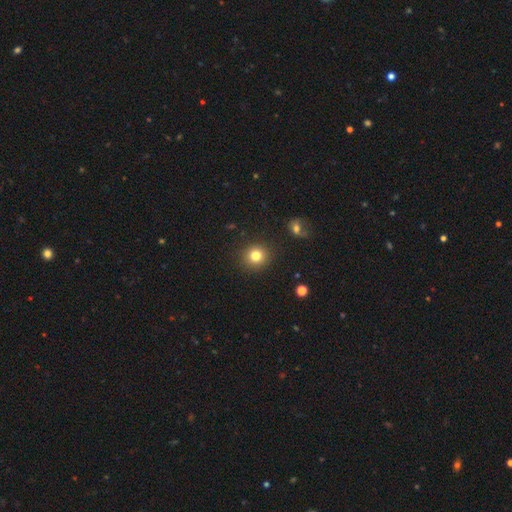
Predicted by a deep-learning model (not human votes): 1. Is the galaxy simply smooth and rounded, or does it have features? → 80% smooth, 13% star or artifact, 7% featured or disk.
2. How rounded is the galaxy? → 89% round, 11% in between, 1% cigar-shaped.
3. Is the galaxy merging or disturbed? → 89% none, 7% minor disturbance, 2% major disturbance, 2% merger.